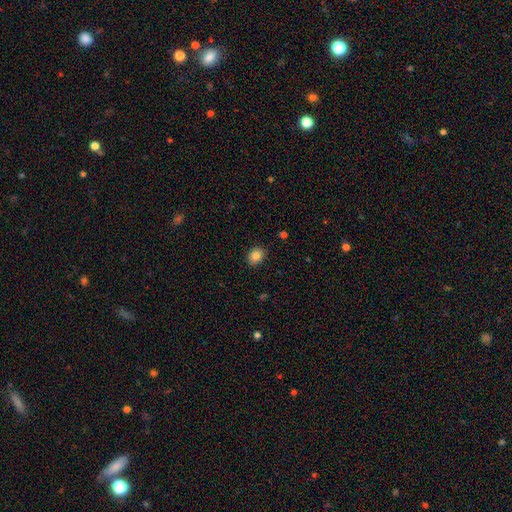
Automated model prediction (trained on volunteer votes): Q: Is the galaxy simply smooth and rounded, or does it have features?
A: smooth — 86%.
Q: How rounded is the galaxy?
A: in between — 54%.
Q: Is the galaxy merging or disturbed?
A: none — 87%.